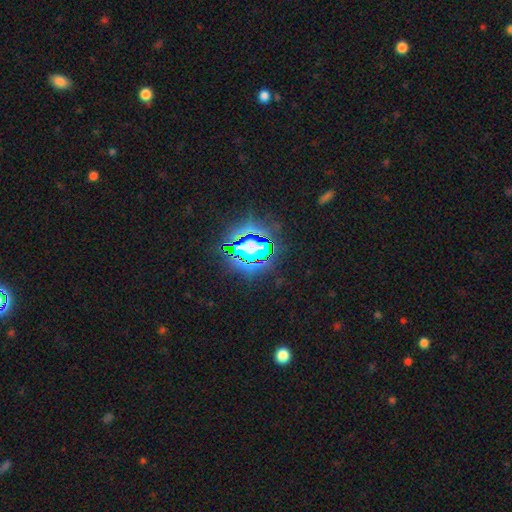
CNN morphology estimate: Smooth or featured: star or artifact — 68% (smooth — 19%)